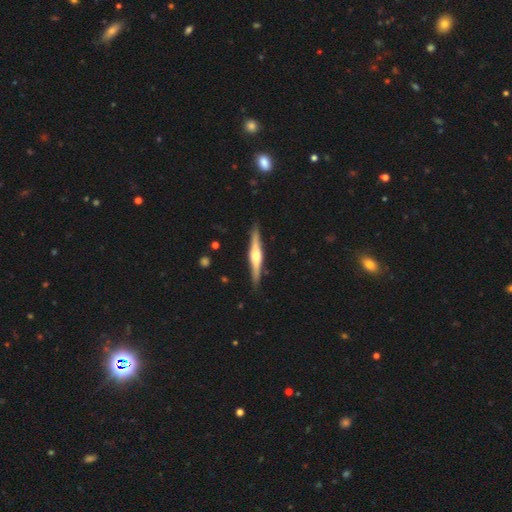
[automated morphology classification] smooth_or_featured: featured or disk (p=0.73) [alt: smooth p=0.22]
disk_edge_on: yes (p=0.97) [alt: no p=0.03]
edge_on_bulge: rounded (p=0.88) [alt: boxy p=0.08]
merging: none (p=0.89) [alt: minor disturbance p=0.08]